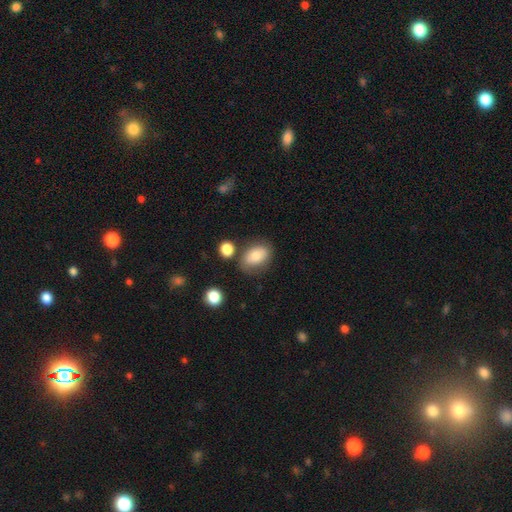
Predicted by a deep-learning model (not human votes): Smooth or featured? Predicted: smooth (p=0.77). How rounded? Predicted: in between (p=0.85). Merging? Predicted: none (p=0.67).